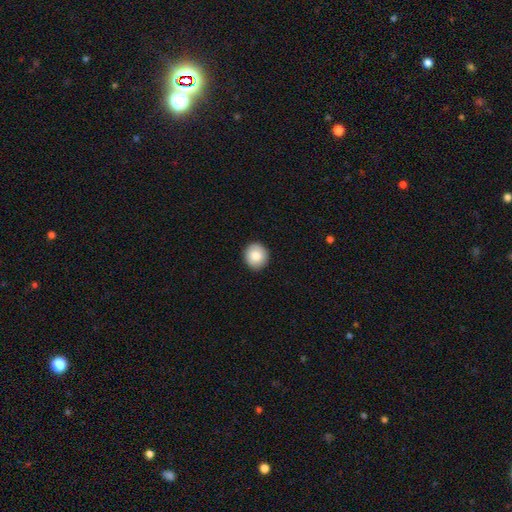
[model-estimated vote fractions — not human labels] This is clearly a smooth galaxy (83%). How rounded: clearly round (84%). Merging: clearly none (90%).